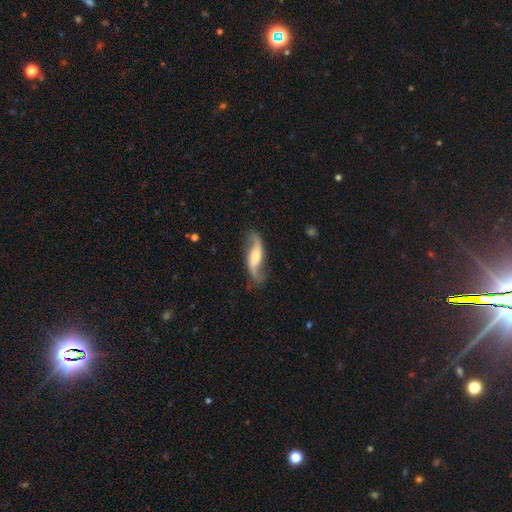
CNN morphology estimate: This appears to be a featured or disk galaxy (80%) with no bar (42%), 2 (92%) loose (85%) spiral arms (94%) and a moderate central bulge (48%). Merging: none (72%).